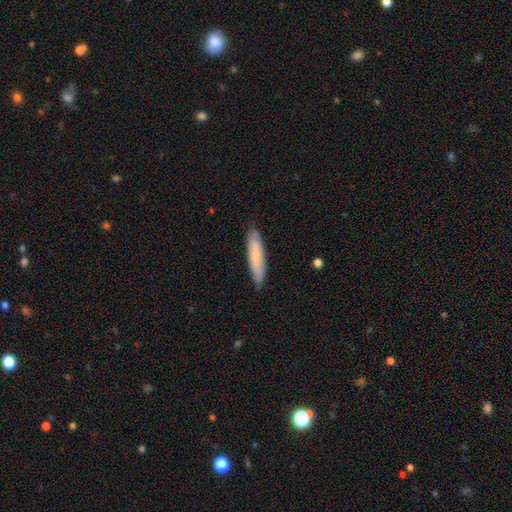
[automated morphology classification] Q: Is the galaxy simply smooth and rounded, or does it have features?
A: smooth — 67%.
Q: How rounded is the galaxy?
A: cigar-shaped — 83%.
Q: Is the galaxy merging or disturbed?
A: none — 86%.